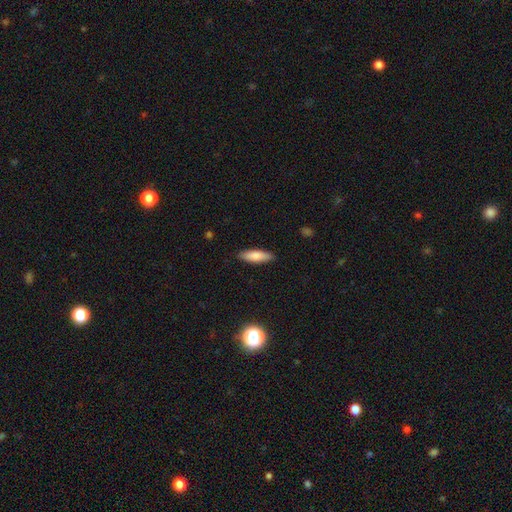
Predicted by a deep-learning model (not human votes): This is clearly a smooth galaxy (82%). How rounded: possibly cigar-shaped (52%). Merging: clearly none (89%).